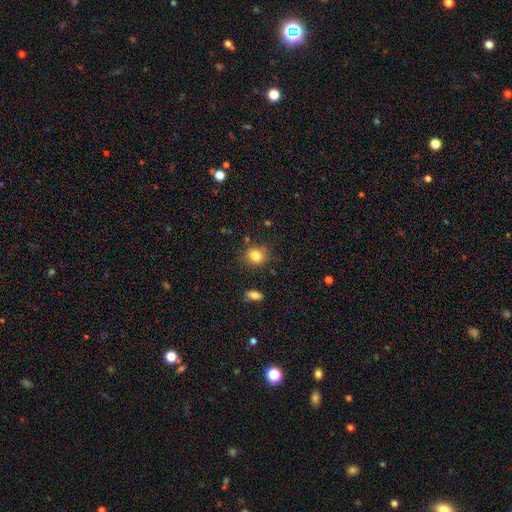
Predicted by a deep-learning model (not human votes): The model was most divided on "how rounded": round: 79%, in between: 20%, cigar-shaped: 1%. More confident: smooth or featured — smooth (83%); merging — none (80%).